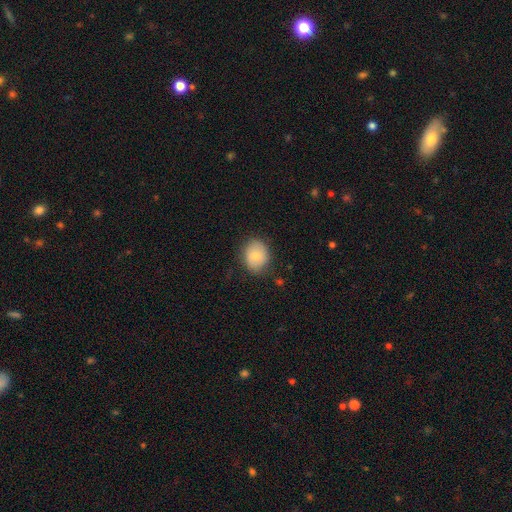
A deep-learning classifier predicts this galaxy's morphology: Smooth or featured?
  - smooth: 77% *
  - featured or disk: 15%
  - star or artifact: 8%
How rounded?
  - round: 56% *
  - in between: 43%
  - cigar-shaped: 1%
Merging?
  - none: 80% *
  - minor disturbance: 15%
  - major disturbance: 4%
  - merger: 1%